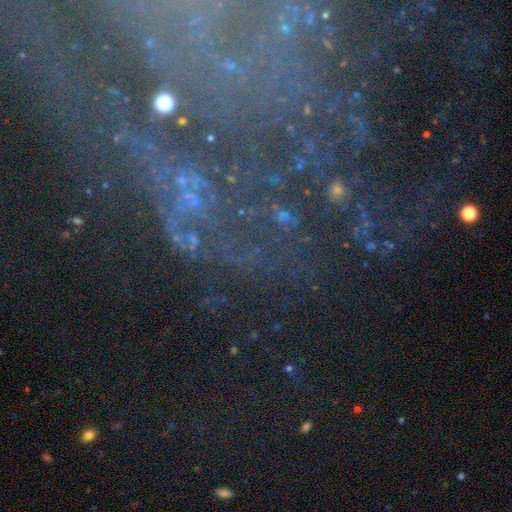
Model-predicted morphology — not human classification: The model was most divided on "smooth or featured": star or artifact: 46%, featured or disk: 42%, smooth: 13%.